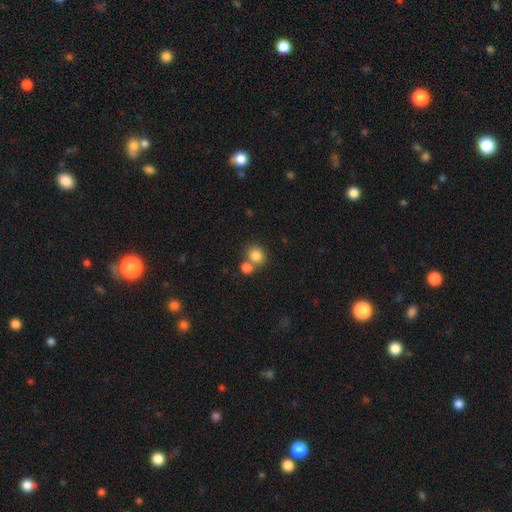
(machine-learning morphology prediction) This is clearly a smooth galaxy (82%). How rounded: likely round (79%). Merging: possibly none (52%).